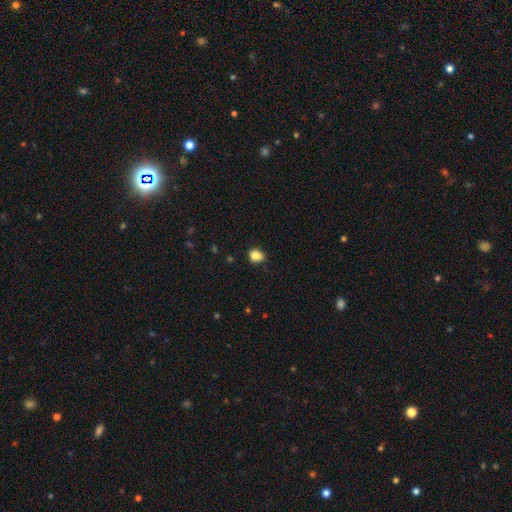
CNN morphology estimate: Q: Smooth or featured?
A: smooth (85%); runner-up: star or artifact (10%)
Q: How rounded?
A: in between (52%); runner-up: round (46%)
Q: Merging?
A: none (66%); runner-up: minor disturbance (26%)